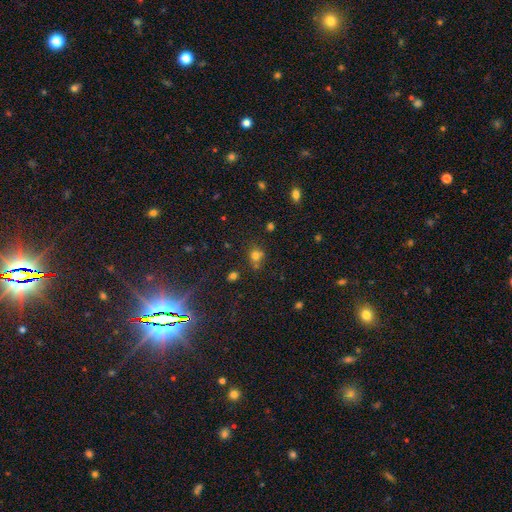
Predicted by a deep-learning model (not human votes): Morphology: type=smooth (70%); roundness=round (77%); merging=none (57%).